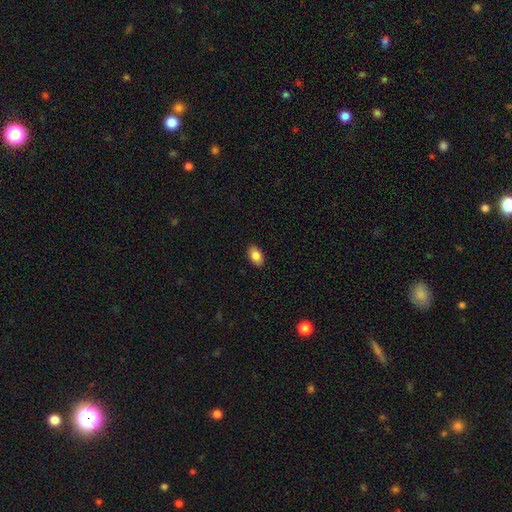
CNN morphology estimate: Q: Smooth or featured?
A: smooth (86%); runner-up: star or artifact (7%)
Q: How rounded?
A: in between (92%); runner-up: round (7%)
Q: Merging?
A: none (90%); runner-up: minor disturbance (7%)